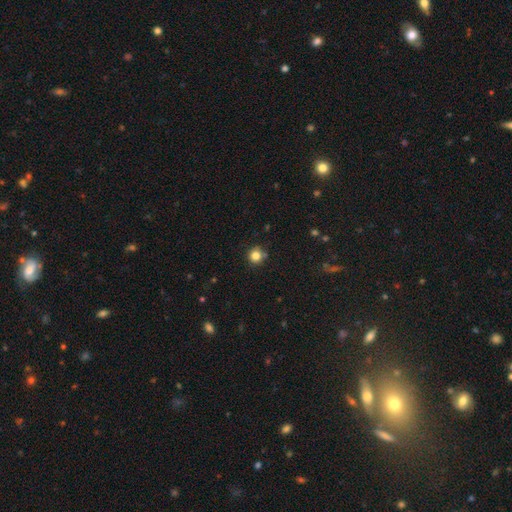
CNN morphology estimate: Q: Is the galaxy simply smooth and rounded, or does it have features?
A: smooth — 81%.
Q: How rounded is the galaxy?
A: round — 93%.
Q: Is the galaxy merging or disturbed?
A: none — 81%.